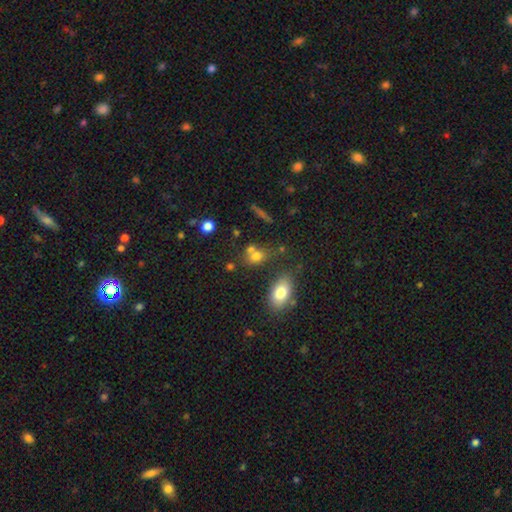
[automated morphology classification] Q: Smooth or featured?
A: smooth (72%); runner-up: star or artifact (15%)
Q: How rounded?
A: in between (55%); runner-up: round (42%)
Q: Merging?
A: none (47%); runner-up: merger (33%)